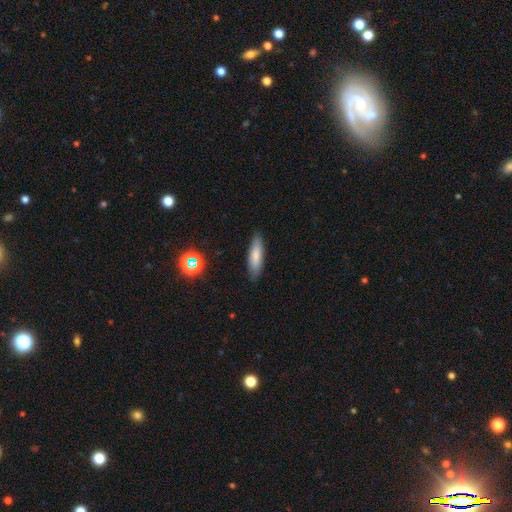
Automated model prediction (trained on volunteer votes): Q: Smooth or featured?
A: smooth (78%); runner-up: featured or disk (15%)
Q: How rounded?
A: cigar-shaped (61%); runner-up: in between (37%)
Q: Merging?
A: none (84%); runner-up: minor disturbance (12%)